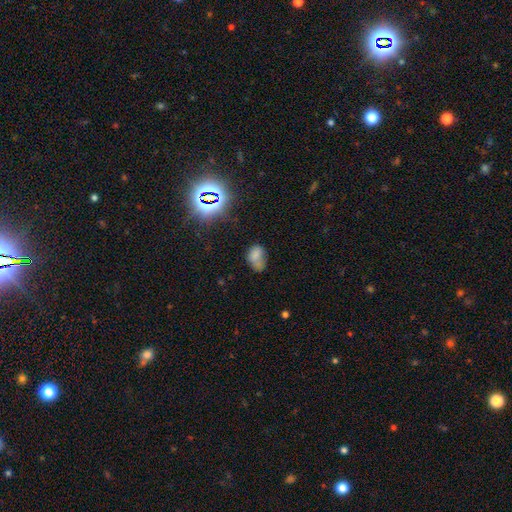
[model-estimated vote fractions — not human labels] Q: Smooth or featured?
A: smooth (68%); runner-up: star or artifact (18%)
Q: How rounded?
A: in between (85%); runner-up: round (13%)
Q: Merging?
A: none (39%); runner-up: minor disturbance (31%)